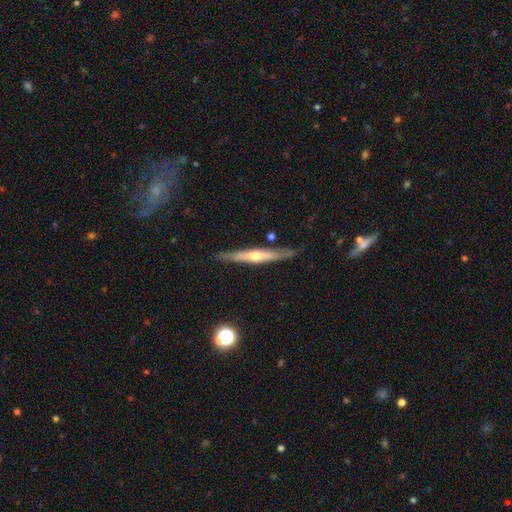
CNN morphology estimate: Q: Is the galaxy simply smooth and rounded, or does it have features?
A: featured or disk — 65%.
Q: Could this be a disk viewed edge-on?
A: yes — 95%.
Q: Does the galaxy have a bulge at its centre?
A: rounded — 82%.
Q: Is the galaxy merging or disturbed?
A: none — 83%.